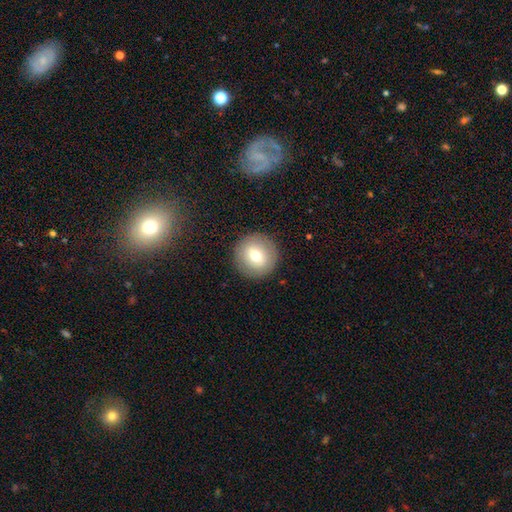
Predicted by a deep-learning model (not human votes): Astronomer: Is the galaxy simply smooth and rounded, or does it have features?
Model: smooth — 72%.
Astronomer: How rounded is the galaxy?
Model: round — 95%.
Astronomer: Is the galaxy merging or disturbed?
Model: none — 91%.